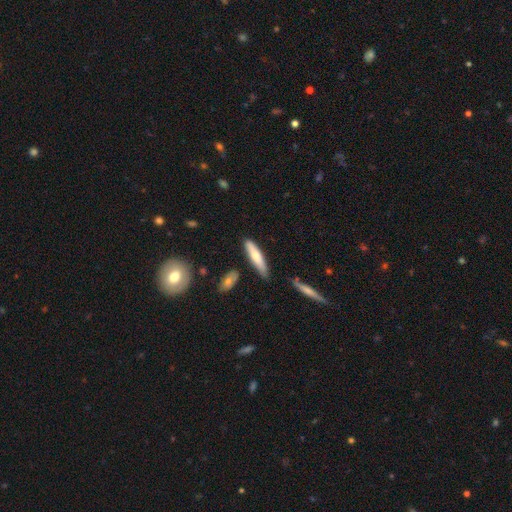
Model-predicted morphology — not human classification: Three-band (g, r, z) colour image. It shows a smooth galaxy with no disk features (65%) that is cigar-shaped (79%). Merging: none (75%).